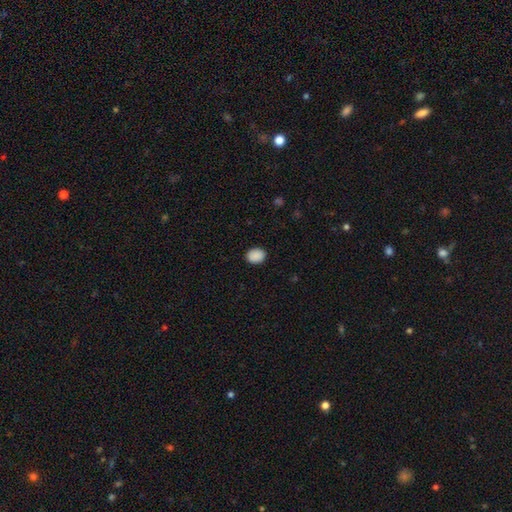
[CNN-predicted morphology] A smooth galaxy with no disk features (90%) that is in between round and cigar-shaped (59%).

Vote fractions:
- Smooth or featured? smooth: 90% / star or artifact: 8% / featured or disk: 2%
- How rounded? in between: 59% / round: 40% / cigar-shaped: 1%
- Merging? none: 89% / minor disturbance: 8% / major disturbance: 2% / merger: 1%